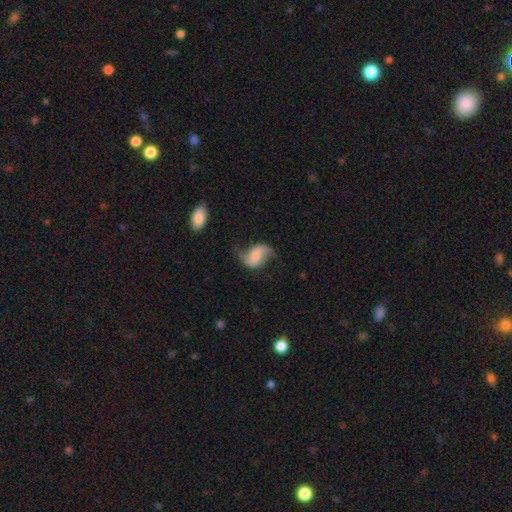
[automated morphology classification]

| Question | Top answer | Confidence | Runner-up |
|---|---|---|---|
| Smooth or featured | featured or disk | 74% | smooth (19%) |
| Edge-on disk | no | 97% | yes (3%) |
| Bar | weak | 41% | no (40%) |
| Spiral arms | yes | 93% | no (7%) |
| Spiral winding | loose | 77% | medium (19%) |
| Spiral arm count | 2 | 90% | 1 (4%) |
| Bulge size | small | 39% | moderate (29%) |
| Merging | none | 60% | minor disturbance (23%) |